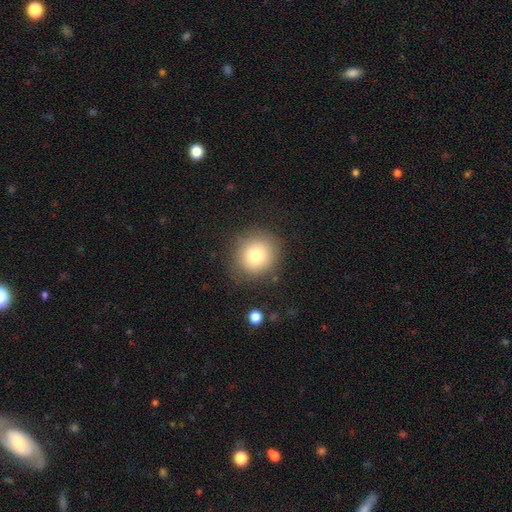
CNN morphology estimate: Smooth or featured? smooth (79%)
How rounded? round (89%)
Merging? none (83%)